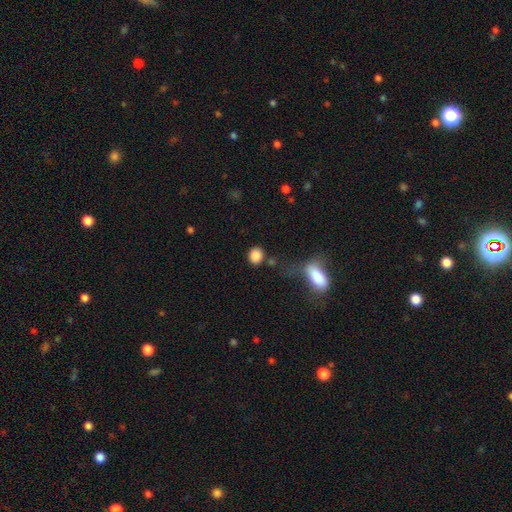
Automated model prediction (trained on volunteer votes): smooth 87%, star or artifact 9%, featured or disk 5%. Down the decision tree: how rounded — round (65%); merging — none (76%).